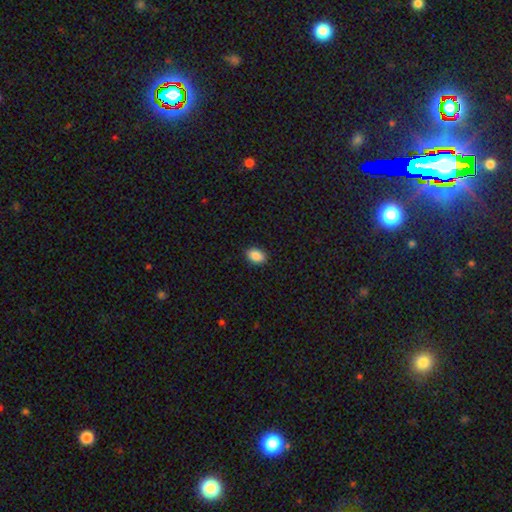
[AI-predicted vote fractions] Morphology: type=smooth (90%); roundness=in between (83%); merging=none (90%).